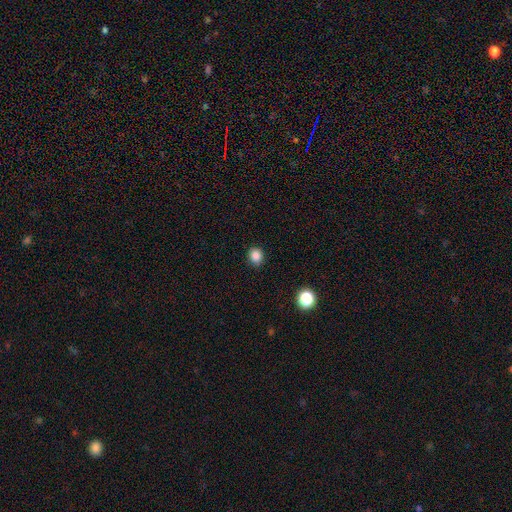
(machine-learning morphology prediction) smooth 85%, star or artifact 11%, featured or disk 3%. Down the decision tree: how rounded — round (75%); merging — none (89%).